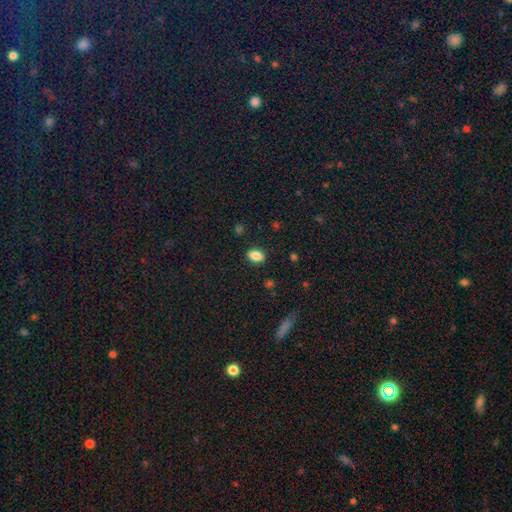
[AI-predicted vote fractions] Overall: smooth (85%). How rounded: in between (83%). Merging: none (87%).